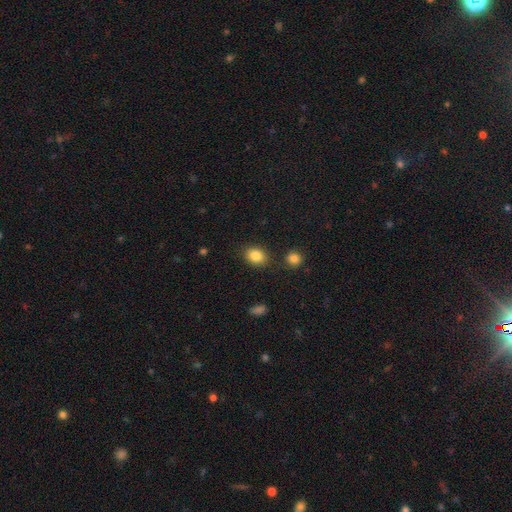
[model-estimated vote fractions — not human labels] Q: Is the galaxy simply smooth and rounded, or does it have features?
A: smooth — 85%.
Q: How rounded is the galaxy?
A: in between — 61%.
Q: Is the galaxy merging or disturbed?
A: none — 82%.